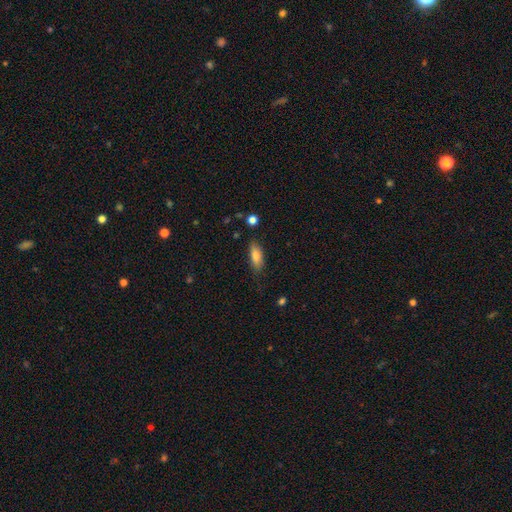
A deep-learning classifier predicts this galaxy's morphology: A smooth galaxy with no disk features (79%) that is in between round and cigar-shaped (68%).

Vote fractions:
- Smooth or featured? smooth: 79% / featured or disk: 13% / star or artifact: 7%
- How rounded? in between: 68% / cigar-shaped: 29% / round: 3%
- Merging? none: 78% / minor disturbance: 16% / major disturbance: 4% / merger: 2%